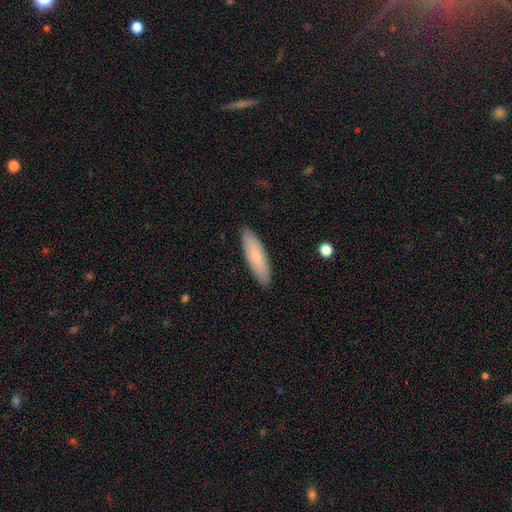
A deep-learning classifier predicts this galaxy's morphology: smooth 73%, featured or disk 21%, star or artifact 6%. Down the decision tree: how rounded — cigar-shaped (62%); merging — none (90%).